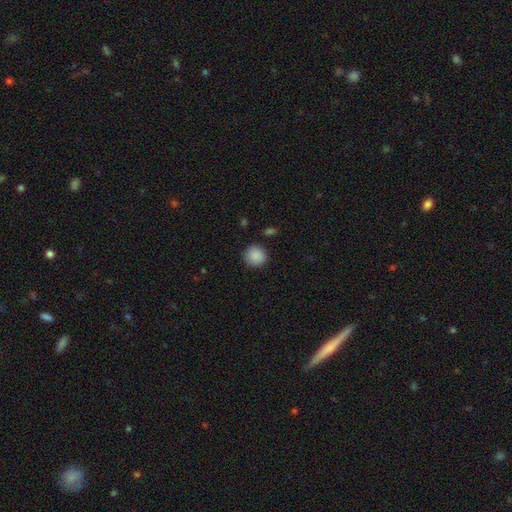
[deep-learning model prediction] Q: Smooth or featured?
A: smooth (89%); runner-up: star or artifact (8%)
Q: How rounded?
A: round (89%); runner-up: in between (10%)
Q: Merging?
A: none (87%); runner-up: minor disturbance (8%)